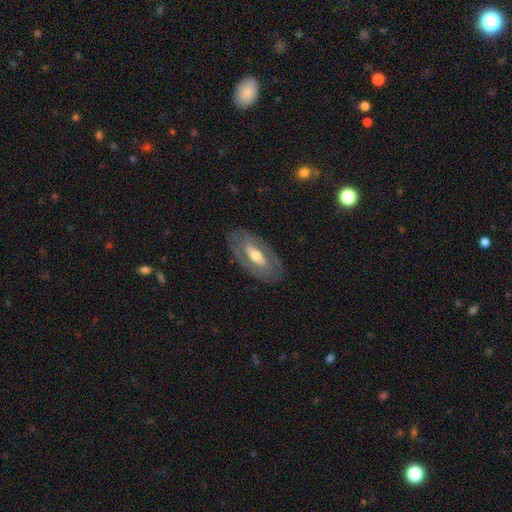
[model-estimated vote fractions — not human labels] Overall: featured or disk (65%; smooth 29%). Edge-on disk: no (85%). Bar: no (42%; weak 30%). Spiral arms: no (62%; yes 38%). Bulge size: moderate (67%). Merging: none (82%).